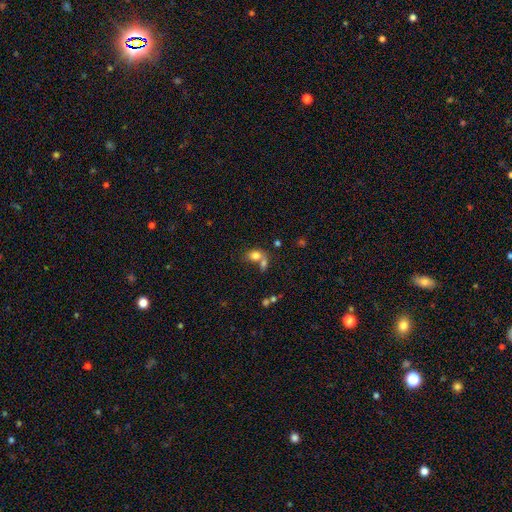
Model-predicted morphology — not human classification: Smooth or featured?
  - smooth: 77% *
  - featured or disk: 12%
  - star or artifact: 11%
How rounded?
  - in between: 65% *
  - round: 34%
  - cigar-shaped: 2%
Merging?
  - merger: 53% *
  - none: 30%
  - minor disturbance: 10%
  - major disturbance: 7%